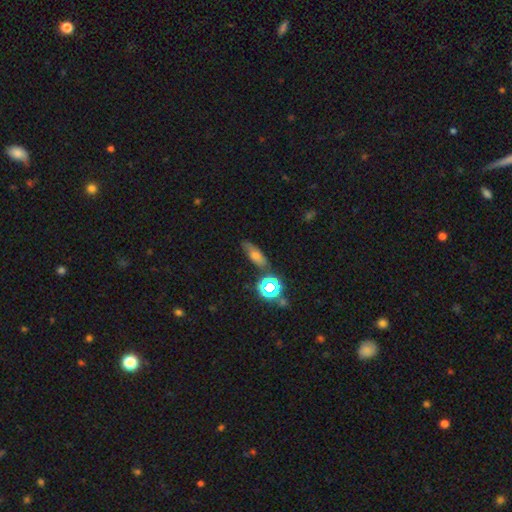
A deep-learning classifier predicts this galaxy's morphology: This is possibly a smooth galaxy (52%). How rounded: possibly in between (56%). Merging: likely none (77%).